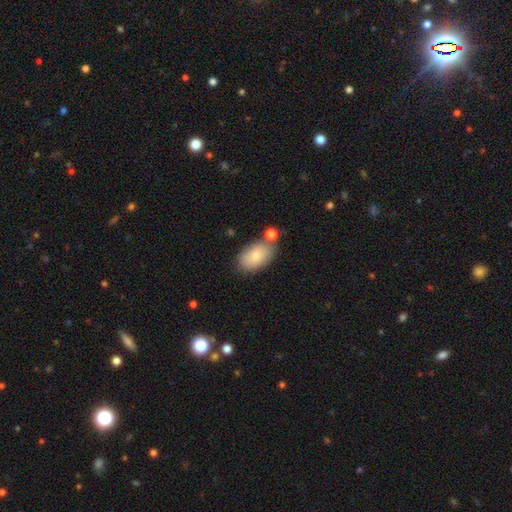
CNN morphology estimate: type=smooth (79%); roundness=in between (92%); merging=none (66%).